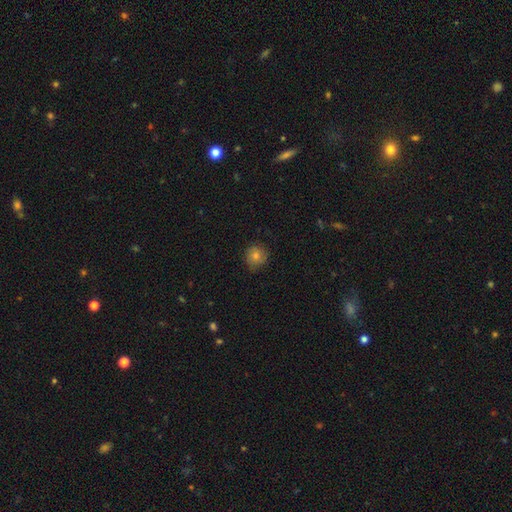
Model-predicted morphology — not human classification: smooth_or_featured: smooth (p=0.63) [alt: featured or disk p=0.26]
how_rounded: round (p=0.88) [alt: in between p=0.11]
merging: none (p=0.76) [alt: minor disturbance p=0.18]